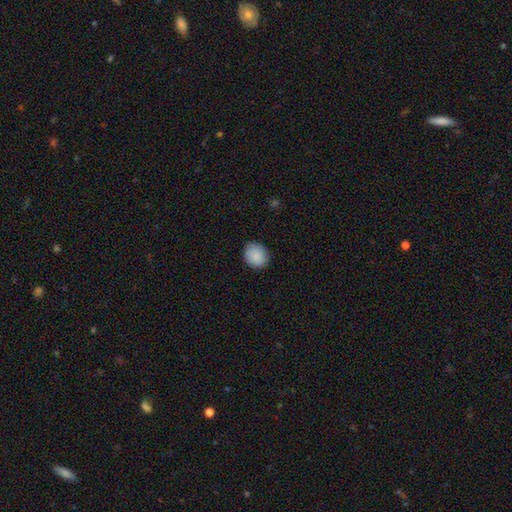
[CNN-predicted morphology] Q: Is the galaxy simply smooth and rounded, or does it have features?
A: smooth — 87%.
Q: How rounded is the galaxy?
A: round — 71%.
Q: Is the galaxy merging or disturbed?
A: none — 83%.